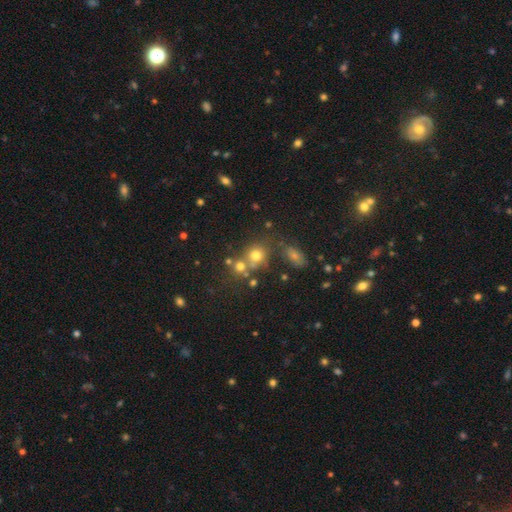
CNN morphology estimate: A smooth galaxy with no disk features (71%) that is round (78%). Merging: none (51%).